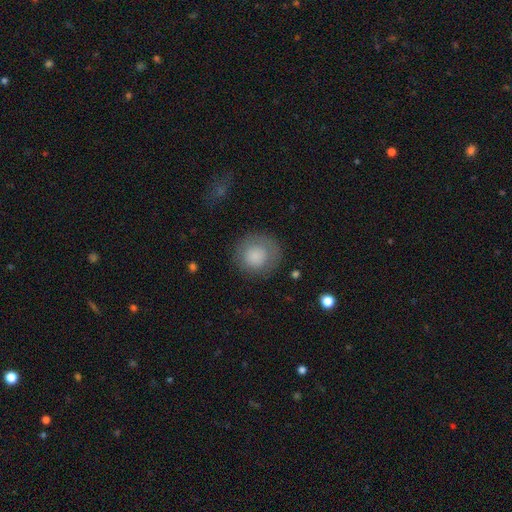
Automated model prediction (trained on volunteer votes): Q: Smooth or featured?
A: smooth (81%); runner-up: featured or disk (12%)
Q: How rounded?
A: round (92%); runner-up: in between (7%)
Q: Merging?
A: none (80%); runner-up: minor disturbance (12%)